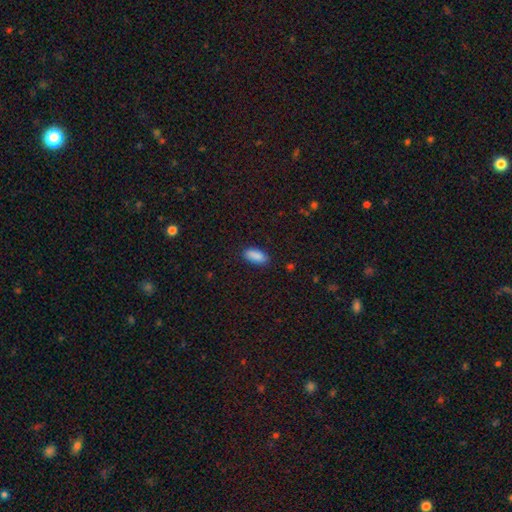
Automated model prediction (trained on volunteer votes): Smooth or featured? Predicted: smooth (p=0.89). How rounded? Predicted: in between (p=0.85). Merging? Predicted: none (p=0.85).